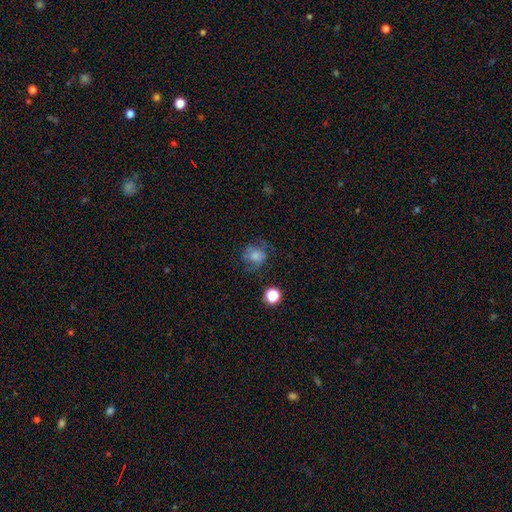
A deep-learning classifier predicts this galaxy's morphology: smooth 65%, featured or disk 22%, star or artifact 12%. Down the decision tree: how rounded — round (76%); merging — none (57%).